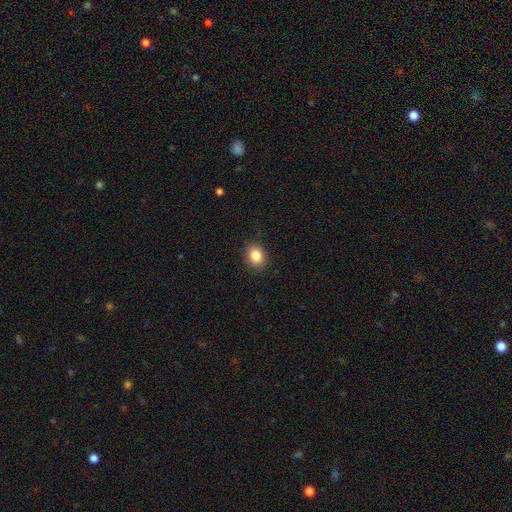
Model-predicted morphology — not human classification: Smooth or featured?
  - smooth: 84% *
  - star or artifact: 10%
  - featured or disk: 6%
How rounded?
  - round: 60% *
  - in between: 39%
  - cigar-shaped: 1%
Merging?
  - none: 89% *
  - minor disturbance: 8%
  - major disturbance: 2%
  - merger: 1%